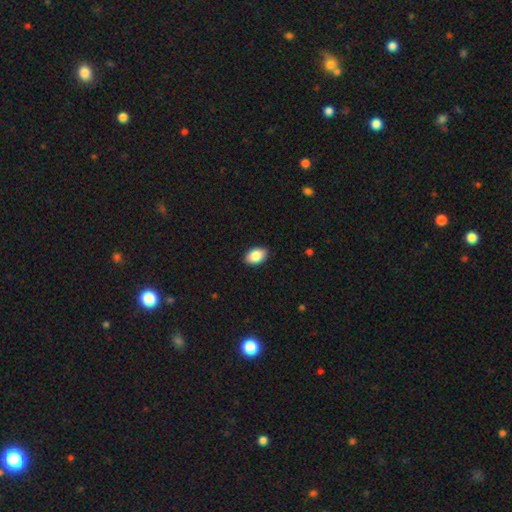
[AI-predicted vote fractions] This is clearly a smooth galaxy (86%). How rounded: clearly in between (89%). Merging: clearly none (89%).